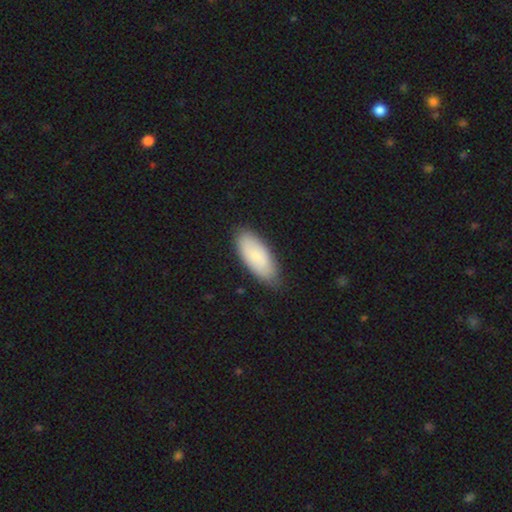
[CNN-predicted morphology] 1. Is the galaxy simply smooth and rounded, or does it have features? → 81% smooth, 14% featured or disk, 6% star or artifact.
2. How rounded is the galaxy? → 85% in between, 14% cigar-shaped, 2% round.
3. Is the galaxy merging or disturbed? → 80% none, 17% minor disturbance, 2% major disturbance, 1% merger.